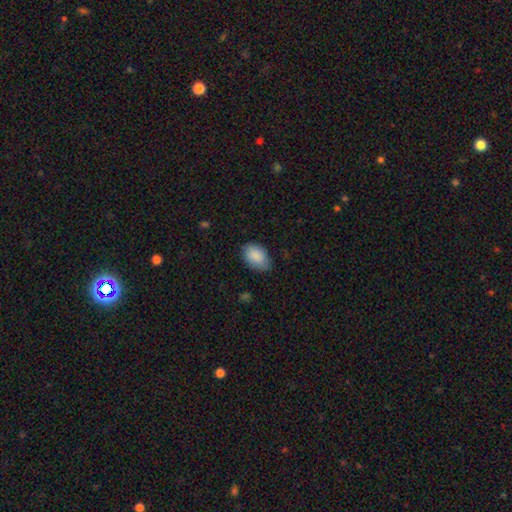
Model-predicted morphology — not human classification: This appears to be a smooth galaxy with no disk features (89%) that is in between round and cigar-shaped (89%). Merging: none (76%).